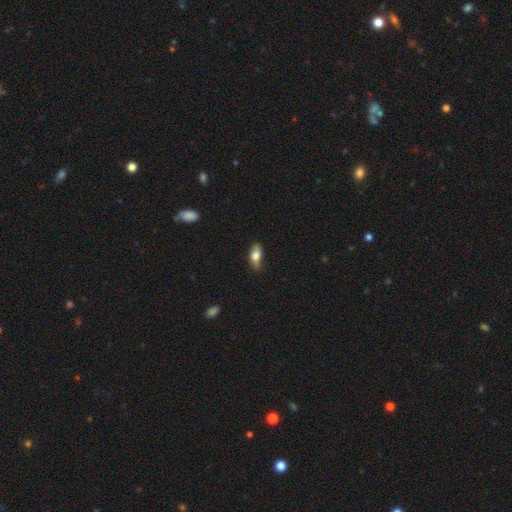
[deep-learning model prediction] Smooth or featured? smooth (75%)
How rounded? in between (83%)
Merging? none (74%)